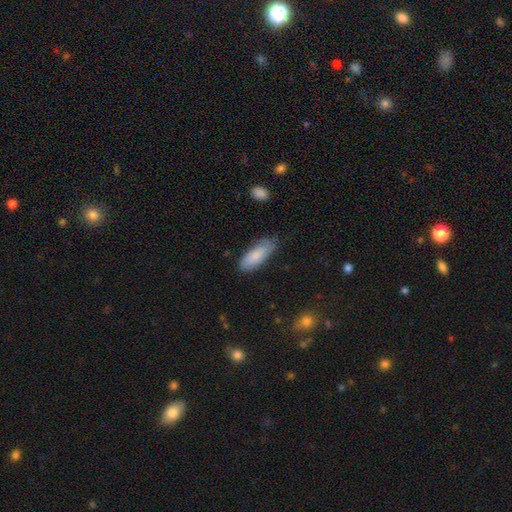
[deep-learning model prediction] Smooth or featured? Predicted: smooth (p=0.78). How rounded? Predicted: in between (p=0.73). Merging? Predicted: none (p=0.68).